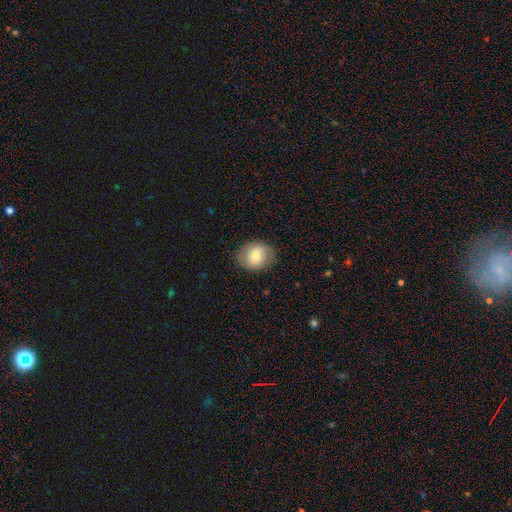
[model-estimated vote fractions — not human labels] Smooth or featured? smooth (70%)
How rounded? round (63%)
Merging? none (83%)